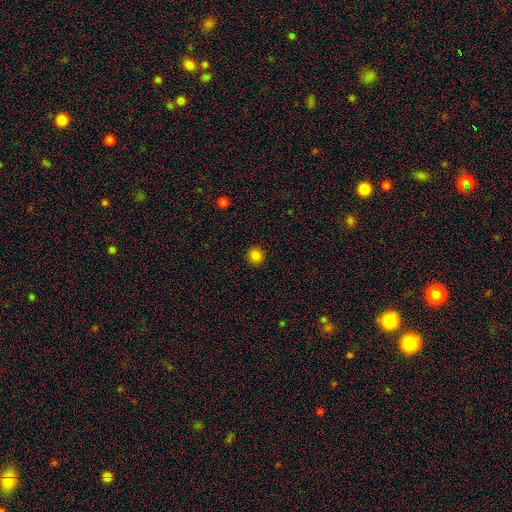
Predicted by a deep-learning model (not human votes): Q: Smooth or featured?
A: smooth (84%); runner-up: star or artifact (13%)
Q: How rounded?
A: round (94%); runner-up: in between (5%)
Q: Merging?
A: none (92%); runner-up: minor disturbance (5%)